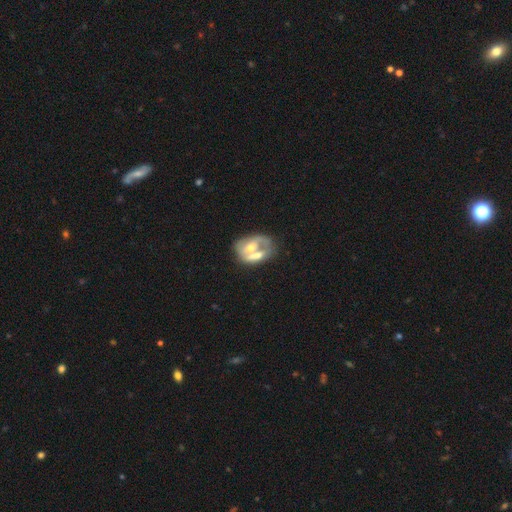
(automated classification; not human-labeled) Smooth or featured? featured or disk (52%)
Edge-on disk? no (93%)
Merging? merger (62%)